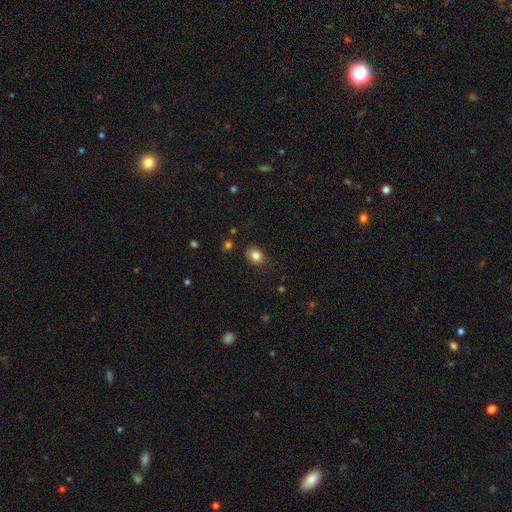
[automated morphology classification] The model was most divided on "how rounded": in between: 52%, round: 47%, cigar-shaped: 1%. More confident: merging — none (85%); smooth or featured — smooth (83%).